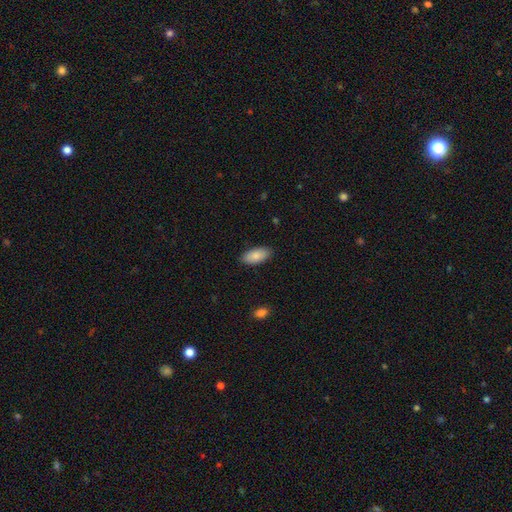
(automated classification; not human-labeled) This appears to be a smooth galaxy with no disk features (87%) that is in between round and cigar-shaped (91%). Merging: none (88%).